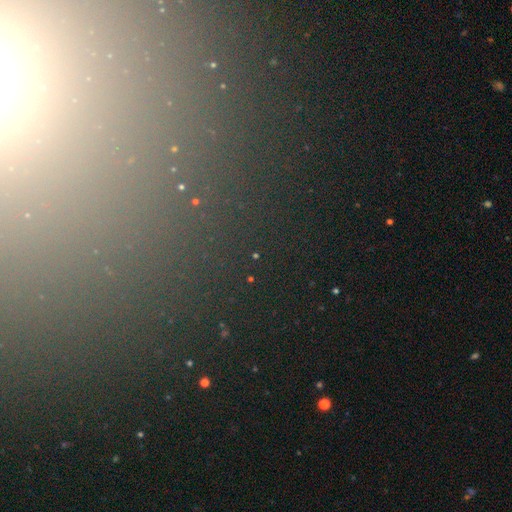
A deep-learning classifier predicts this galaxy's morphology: Smooth or featured? star or artifact (71%)